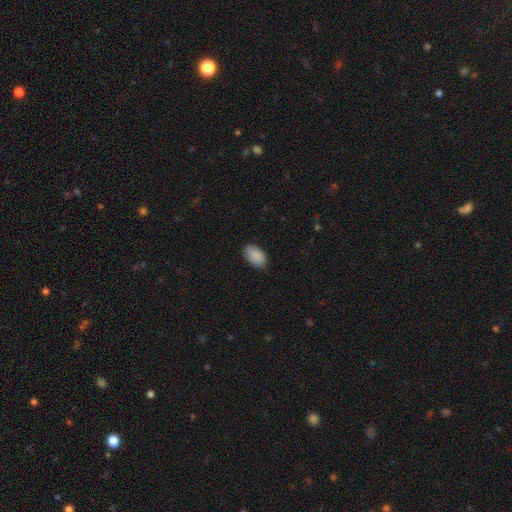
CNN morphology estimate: A smooth galaxy with no disk features (90%) that is in between round and cigar-shaped (94%). Merging: none (86%).